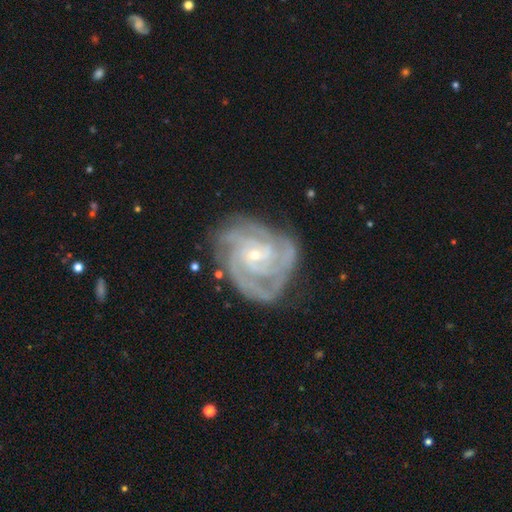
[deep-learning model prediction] Overall: featured or disk (90%). Edge-on disk: no (98%). Bar: no (62%; weak 30%). Spiral arms: yes (98%). Spiral arm count: 3 (32%; 4 31%). Spiral winding: tight (67%; medium 29%). Bulge size: small (78%). Merging: none (72%).